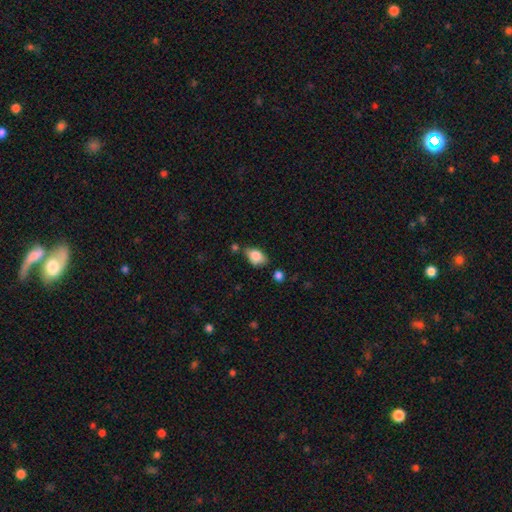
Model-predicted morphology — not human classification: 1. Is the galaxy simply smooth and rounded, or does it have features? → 82% smooth, 11% featured or disk, 8% star or artifact.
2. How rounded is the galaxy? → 87% in between, 10% round, 3% cigar-shaped.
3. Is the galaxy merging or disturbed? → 61% none, 24% minor disturbance, 9% merger, 5% major disturbance.